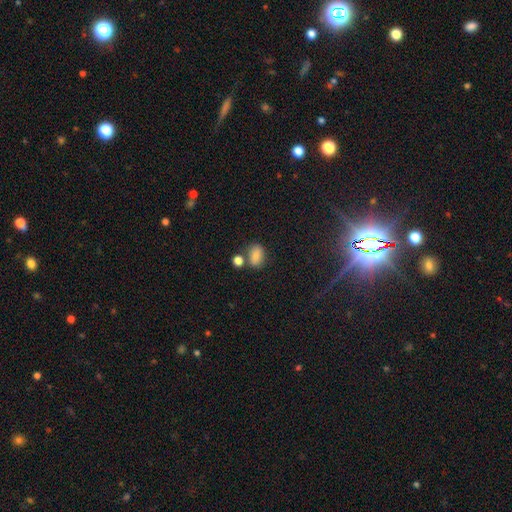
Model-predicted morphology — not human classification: smooth-or-featured: smooth: 82% | star or artifact: 11% | featured or disk: 7%
  how-rounded: in between: 74% | round: 24% | cigar-shaped: 2%
  merging: none: 63% | merger: 18% | minor disturbance: 14% | major disturbance: 5%